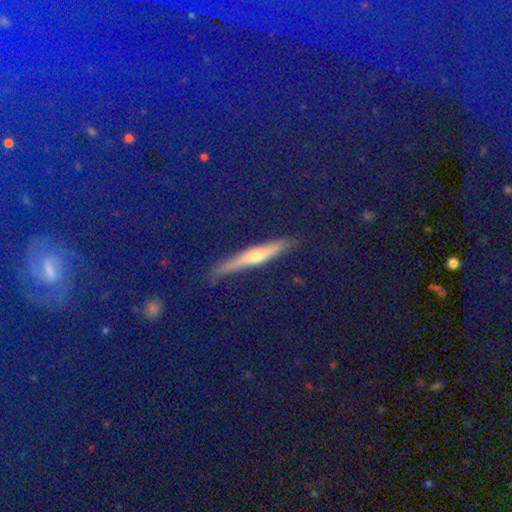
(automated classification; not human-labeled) This is marginally a featured or disk galaxy (35%). Merging: clearly none (85%).